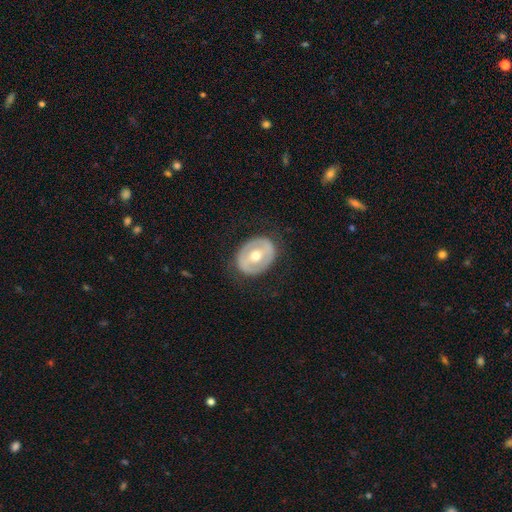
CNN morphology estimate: A featured or disk galaxy (57%) with no bar (39%), no spiral arms (81%) and a moderate central bulge (77%).

Vote fractions:
- Smooth or featured? featured or disk: 57% / smooth: 38% / star or artifact: 5%
- Edge-on disk? no: 94% / yes: 6%
- Bar? no: 39% / weak: 32% / strong: 29%
- Spiral arms? no: 81% / yes: 19%
- Bulge size? moderate: 77% / small: 15% / large: 7% / none: 1% / dominant: 1%
- Merging? none: 82% / minor disturbance: 12% / major disturbance: 5% / merger: 1%